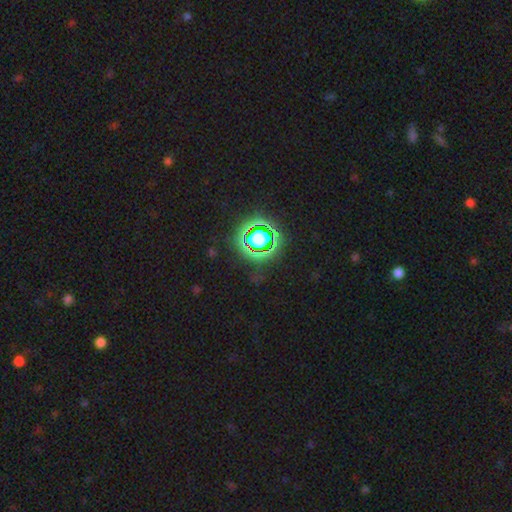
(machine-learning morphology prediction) star or artifact 82%, smooth 12%, featured or disk 6%.